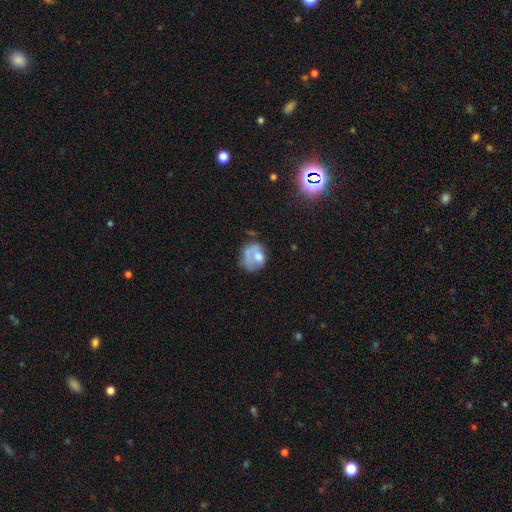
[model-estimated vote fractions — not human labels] smooth_or_featured: smooth (p=0.56) [alt: featured or disk p=0.35]
how_rounded: round (p=0.55) [alt: in between p=0.44]
merging: none (p=0.36) [alt: major disturbance p=0.32]